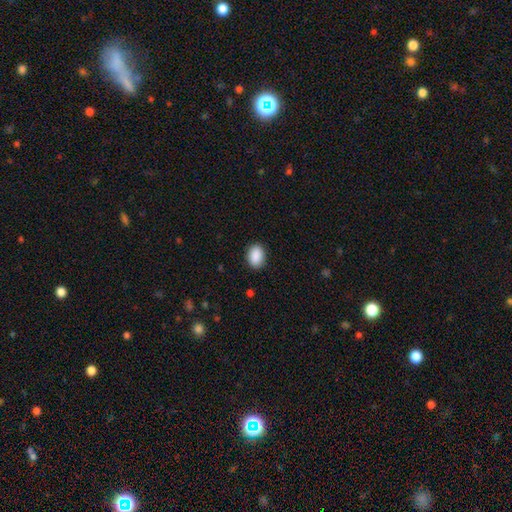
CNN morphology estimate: This appears to be a smooth galaxy with no disk features (90%) that is in between round and cigar-shaped (79%). Merging: none (89%).